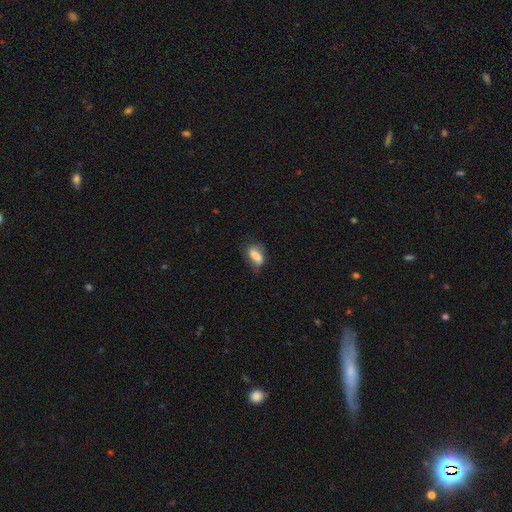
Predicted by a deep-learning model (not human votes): Smooth or featured?
  - smooth: 70% *
  - featured or disk: 21%
  - star or artifact: 9%
How rounded?
  - in between: 82% *
  - cigar-shaped: 10%
  - round: 8%
Merging?
  - none: 45% *
  - minor disturbance: 35%
  - major disturbance: 17%
  - merger: 4%